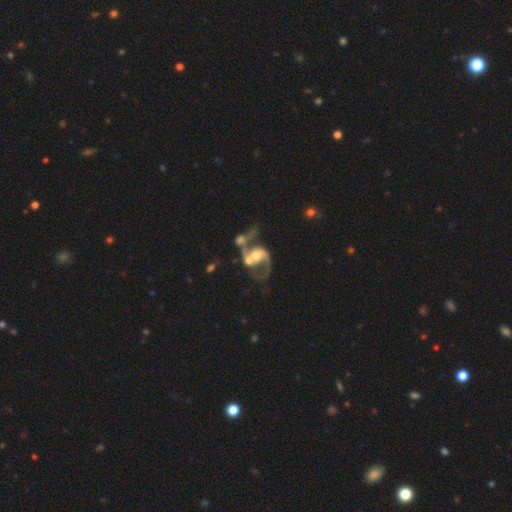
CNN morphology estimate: type=featured or disk (87%); edge-on=no (98%); bar=no (49%); spiral arms=yes (94%); winding=loose (47%); arm count=2 (86%); bulge=moderate (58%); merging=merger (52%).